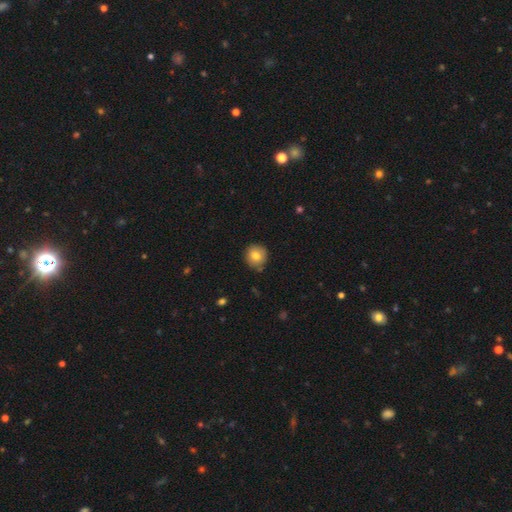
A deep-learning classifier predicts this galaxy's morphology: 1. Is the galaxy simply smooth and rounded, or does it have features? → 80% smooth, 11% featured or disk, 9% star or artifact.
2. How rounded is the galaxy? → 91% round, 8% in between, 1% cigar-shaped.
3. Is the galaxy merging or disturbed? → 85% none, 11% minor disturbance, 2% major disturbance, 2% merger.